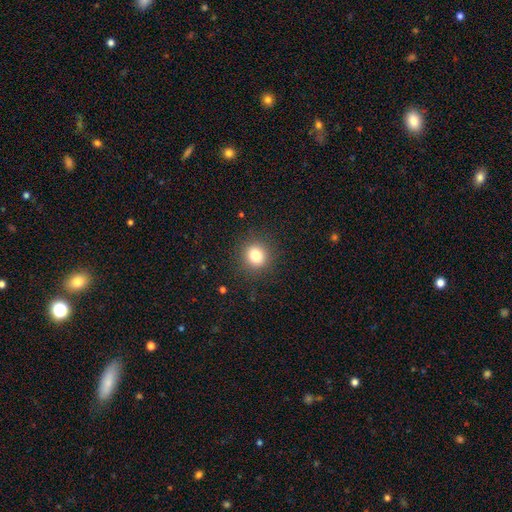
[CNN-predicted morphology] Smooth or featured? Predicted: smooth (p=0.80). How rounded? Predicted: round (p=0.85). Merging? Predicted: none (p=0.90).